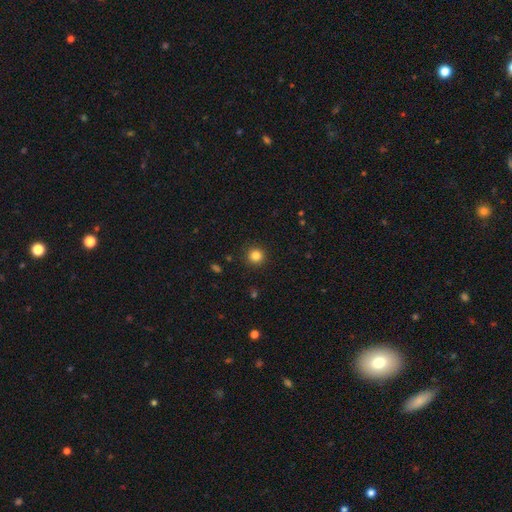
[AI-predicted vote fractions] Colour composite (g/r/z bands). It shows a smooth galaxy with no disk features (84%) that is round (94%). Merging: none (91%).